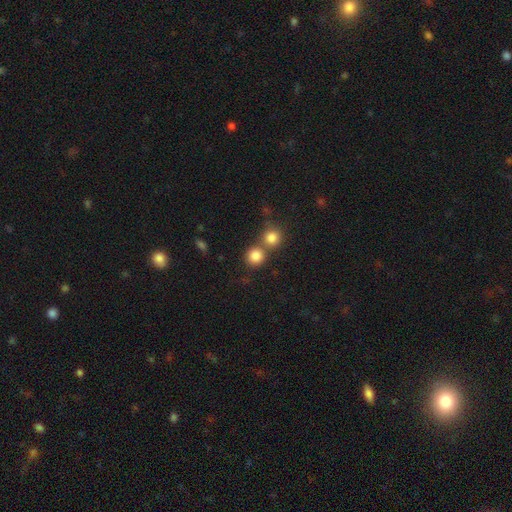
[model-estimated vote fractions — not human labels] This appears to be a smooth galaxy with no disk features (84%) that is round (88%). Merging: none (55%).